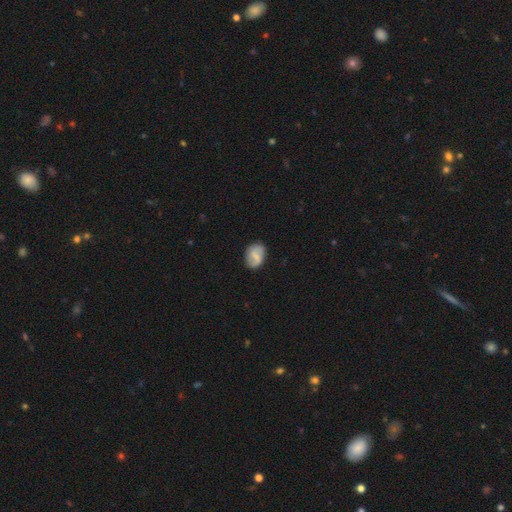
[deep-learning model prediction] Q: Smooth or featured?
A: smooth (48%); runner-up: featured or disk (44%)
Q: Merging?
A: none (78%); runner-up: minor disturbance (16%)